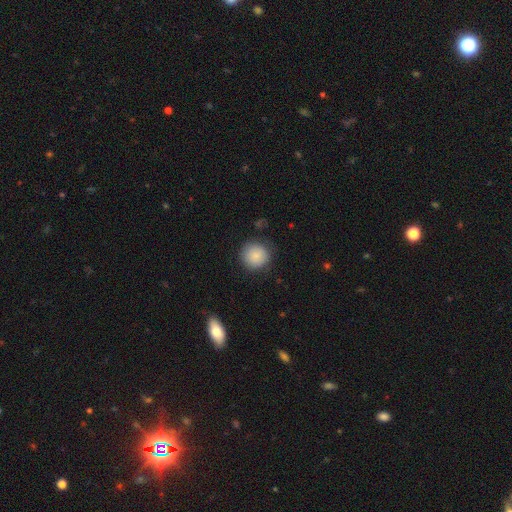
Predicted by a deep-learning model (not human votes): A smooth galaxy with no disk features (85%) that is round (94%).

Vote fractions:
- Smooth or featured? smooth: 85% / star or artifact: 8% / featured or disk: 6%
- How rounded? round: 94% / in between: 5% / cigar-shaped: 1%
- Merging? none: 85% / minor disturbance: 10% / major disturbance: 3% / merger: 1%